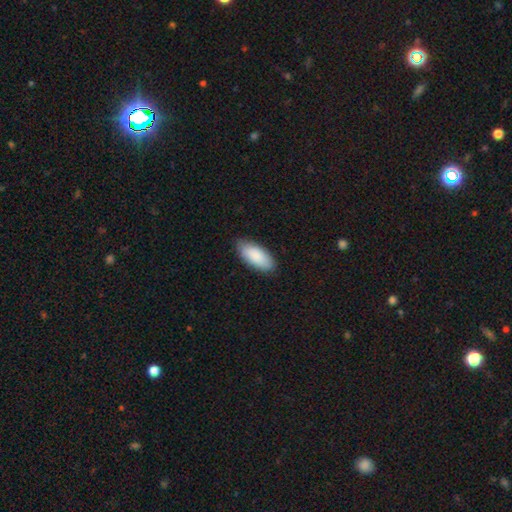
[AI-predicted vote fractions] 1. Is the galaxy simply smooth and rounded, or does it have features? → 88% smooth, 6% featured or disk, 5% star or artifact.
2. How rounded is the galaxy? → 89% in between, 9% cigar-shaped, 2% round.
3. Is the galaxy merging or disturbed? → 84% none, 13% minor disturbance, 2% major disturbance, 1% merger.